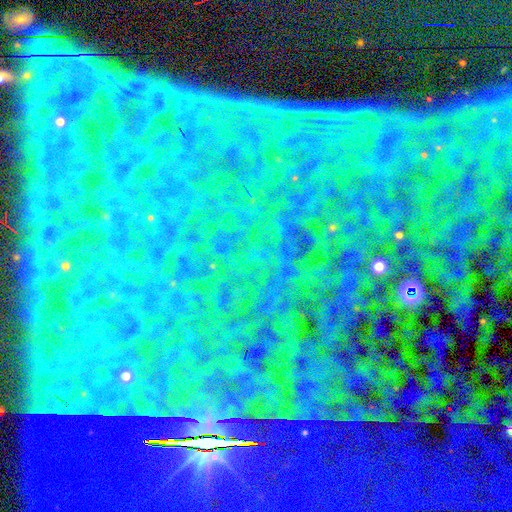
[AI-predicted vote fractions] Overall: star or artifact (83%).